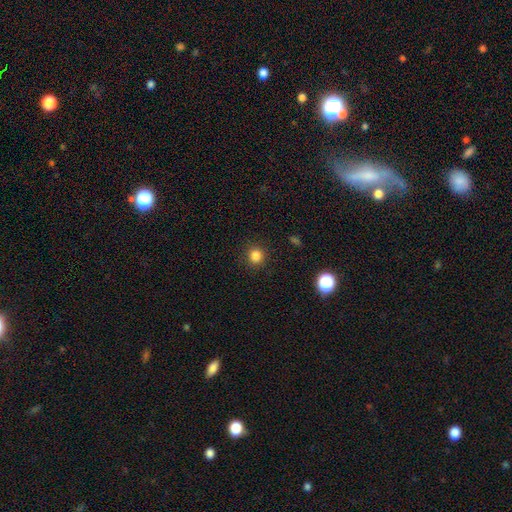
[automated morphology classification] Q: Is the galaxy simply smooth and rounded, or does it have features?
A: smooth — 84%.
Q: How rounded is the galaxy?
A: round — 90%.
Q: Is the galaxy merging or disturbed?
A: none — 90%.